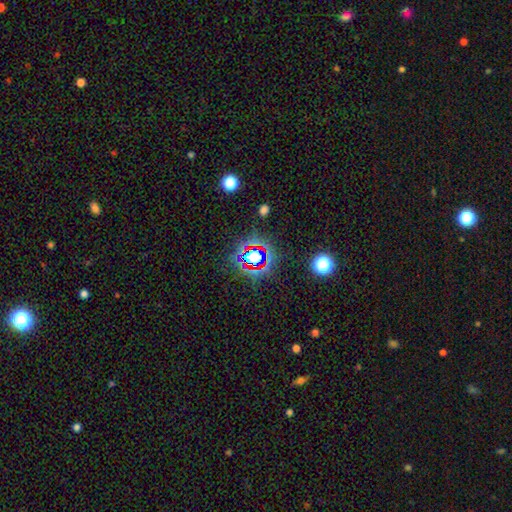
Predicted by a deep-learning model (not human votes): smooth-or-featured: star or artifact: 70% | smooth: 19% | featured or disk: 11%